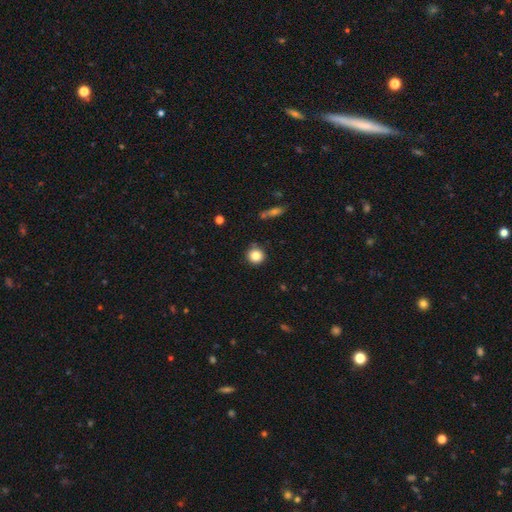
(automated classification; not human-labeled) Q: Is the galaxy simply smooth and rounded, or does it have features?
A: smooth — 85%.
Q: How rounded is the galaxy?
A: round — 94%.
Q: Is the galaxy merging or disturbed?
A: none — 88%.